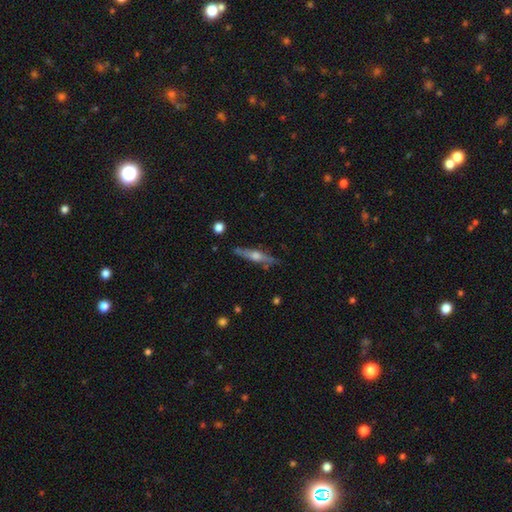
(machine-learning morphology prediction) featured or disk 67%, smooth 25%, star or artifact 7%. Down the decision tree: edge-on disk — yes (93%); edge-on bulge — rounded (86%); merging — none (82%).